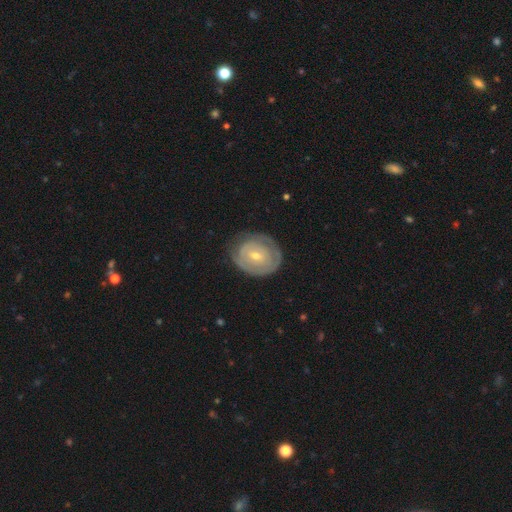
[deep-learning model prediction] featured or disk 65%, smooth 29%, star or artifact 6%. Down the decision tree: edge-on disk — no (96%); bar — no (59%); spiral arms — yes (63%); bulge size — small (56%); merging — none (73%).